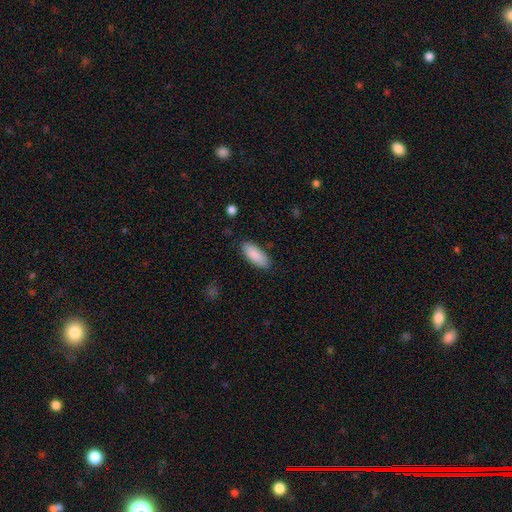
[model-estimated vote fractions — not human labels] Smooth or featured?
  - smooth: 89% *
  - star or artifact: 6%
  - featured or disk: 5%
How rounded?
  - in between: 82% *
  - cigar-shaped: 16%
  - round: 2%
Merging?
  - none: 86% *
  - minor disturbance: 10%
  - major disturbance: 2%
  - merger: 1%